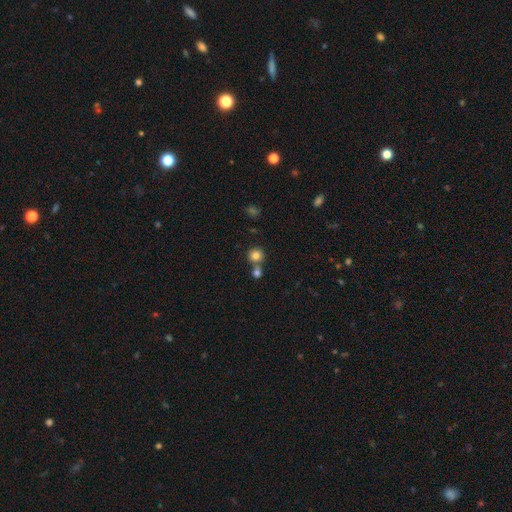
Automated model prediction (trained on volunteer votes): smooth-or-featured: smooth: 81% | star or artifact: 12% | featured or disk: 7%
  how-rounded: round: 91% | in between: 8% | cigar-shaped: 1%
  merging: none: 63% | merger: 28% | minor disturbance: 7% | major disturbance: 3%